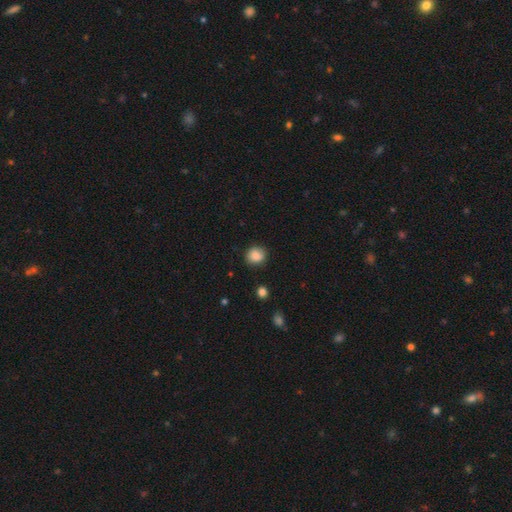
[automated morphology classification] The model was most divided on "how rounded": round: 82%, in between: 17%, cigar-shaped: 1%. More confident: merging — none (86%); smooth or featured — smooth (85%).